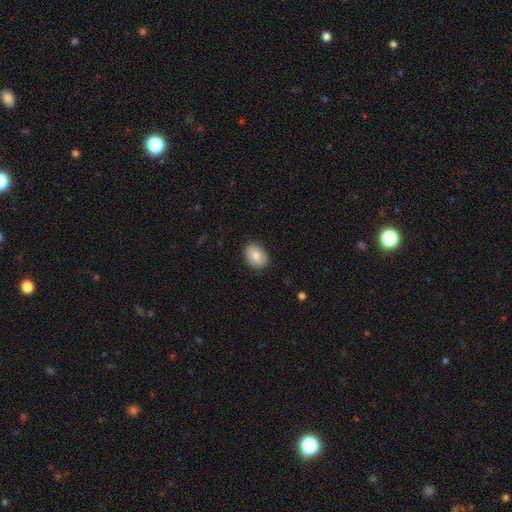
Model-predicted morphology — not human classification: This appears to be a smooth galaxy with no disk features (78%) that is in between round and cigar-shaped (66%). Merging: none (87%).